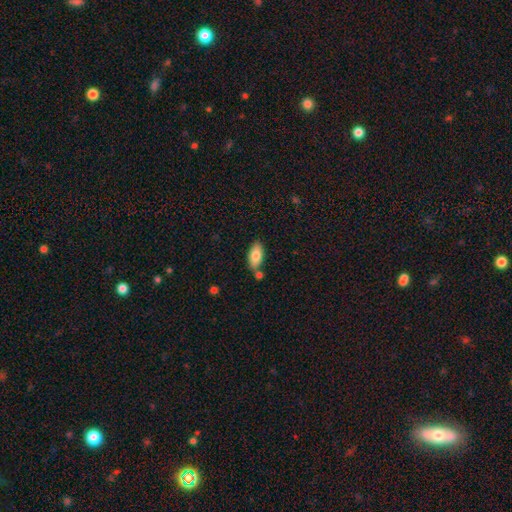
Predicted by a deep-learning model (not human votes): This appears to be a smooth galaxy with no disk features (80%) that is in between round and cigar-shaped (89%). Merging: none (74%).